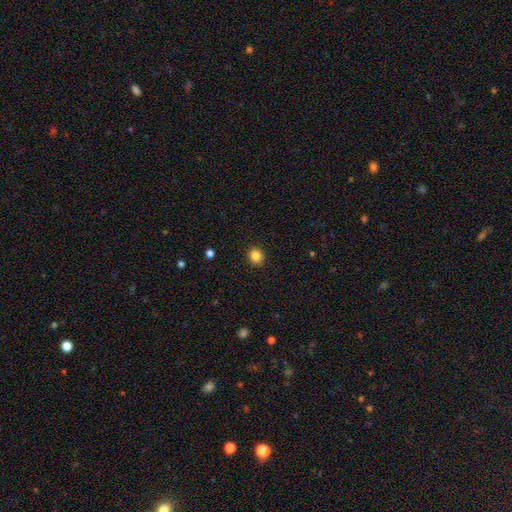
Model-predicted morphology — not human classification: A smooth galaxy with no disk features (84%) that is round (77%).

Vote fractions:
- Smooth or featured? smooth: 84% / star or artifact: 11% / featured or disk: 5%
- How rounded? round: 77% / in between: 22% / cigar-shaped: 1%
- Merging? none: 91% / minor disturbance: 6% / major disturbance: 2% / merger: 1%